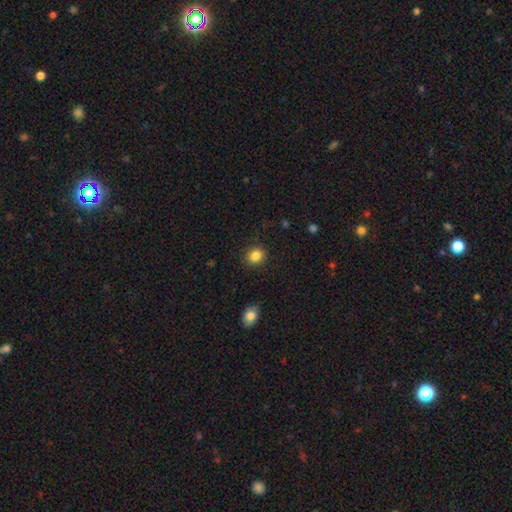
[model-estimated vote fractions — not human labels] smooth 86%, star or artifact 10%, featured or disk 4%. Down the decision tree: how rounded — round (64%); merging — none (87%).